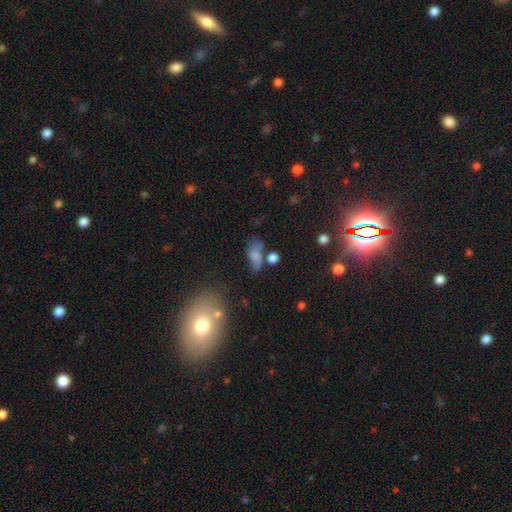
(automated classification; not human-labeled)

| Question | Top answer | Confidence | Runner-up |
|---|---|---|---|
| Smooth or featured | smooth | 62% | featured or disk (23%) |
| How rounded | in between | 83% | round (11%) |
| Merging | none | 34% | minor disturbance (26%) |